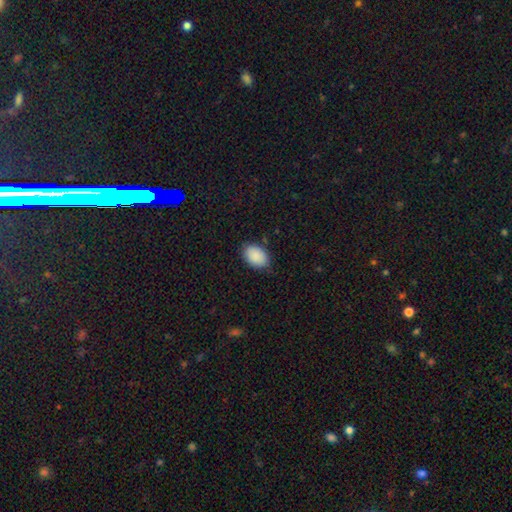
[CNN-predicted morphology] Smooth or featured? smooth (90%)
How rounded? in between (87%)
Merging? none (81%)